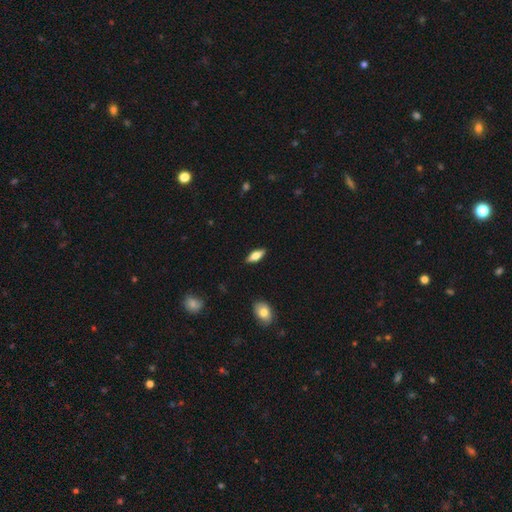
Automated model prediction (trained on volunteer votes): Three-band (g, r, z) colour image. It shows a smooth galaxy with no disk features (60%) that is in between round and cigar-shaped (70%). Merging: none (88%).